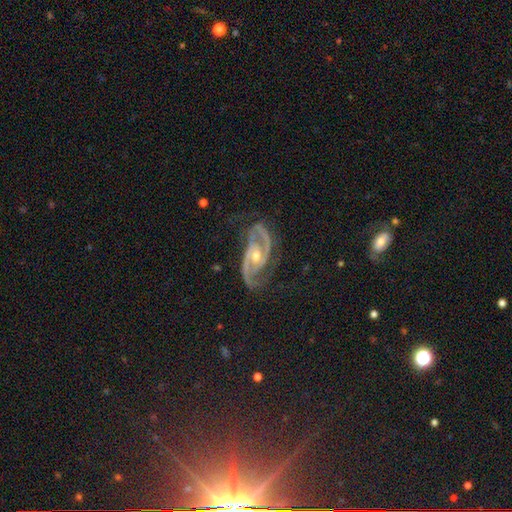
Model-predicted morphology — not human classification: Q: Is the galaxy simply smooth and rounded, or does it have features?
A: featured or disk — 92%.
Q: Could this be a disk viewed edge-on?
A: no — 97%.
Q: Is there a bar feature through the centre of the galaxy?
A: no — 54%.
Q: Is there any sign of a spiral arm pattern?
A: yes — 98%.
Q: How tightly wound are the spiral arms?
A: medium — 52%.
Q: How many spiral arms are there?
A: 2 — 91%.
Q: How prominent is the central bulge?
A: moderate — 61%.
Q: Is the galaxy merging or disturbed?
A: none — 74%.